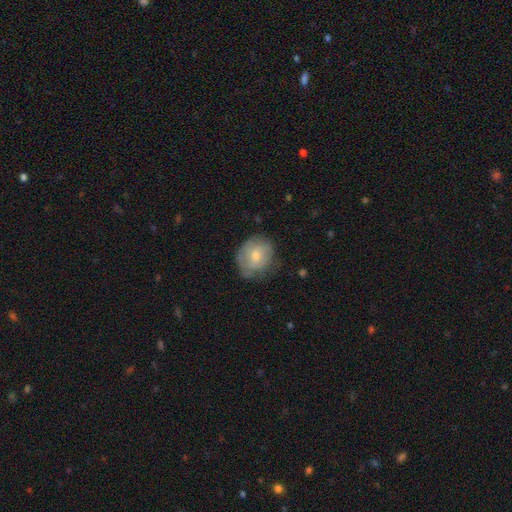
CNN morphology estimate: smooth 56%, featured or disk 37%, star or artifact 7%. Down the decision tree: how rounded — round (68%); merging — none (58%).